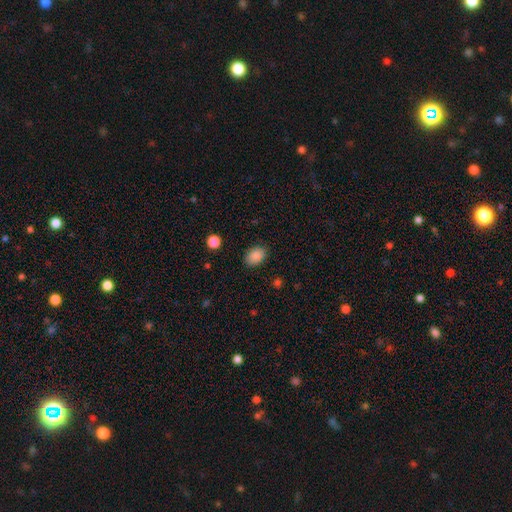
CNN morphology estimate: Smooth or featured?
  - smooth: 88% *
  - star or artifact: 8%
  - featured or disk: 4%
How rounded?
  - in between: 81% *
  - round: 18%
  - cigar-shaped: 1%
Merging?
  - none: 86% *
  - minor disturbance: 10%
  - major disturbance: 3%
  - merger: 1%